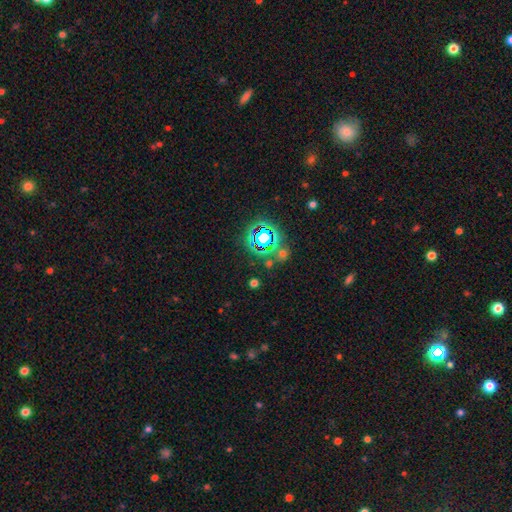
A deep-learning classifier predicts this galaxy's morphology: Q: Smooth or featured?
A: star or artifact (74%); runner-up: smooth (17%)